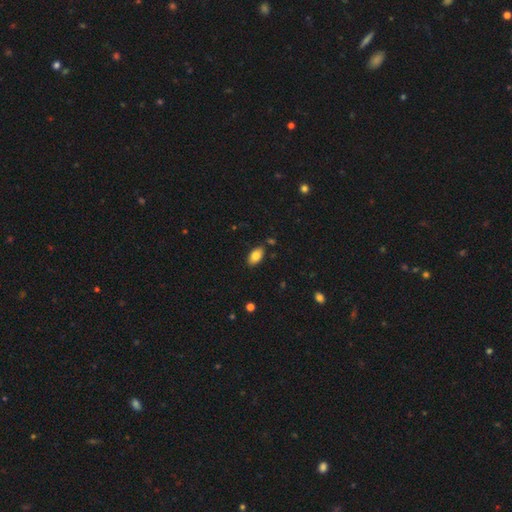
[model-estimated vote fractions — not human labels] This is clearly a smooth galaxy (82%). How rounded: clearly in between (93%). Merging: clearly none (84%).